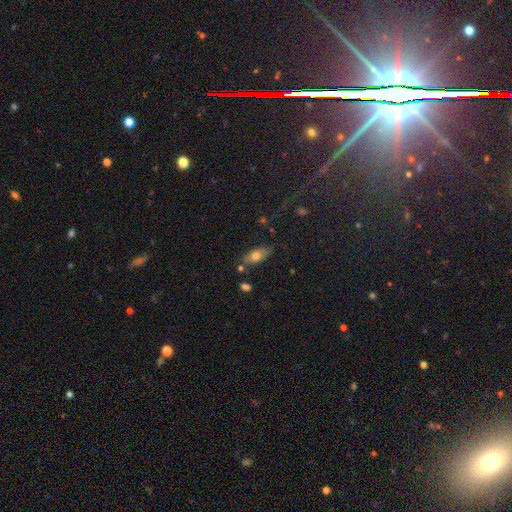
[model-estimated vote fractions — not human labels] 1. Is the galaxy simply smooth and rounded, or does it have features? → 66% smooth, 26% featured or disk, 8% star or artifact.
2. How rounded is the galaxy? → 83% in between, 13% cigar-shaped, 4% round.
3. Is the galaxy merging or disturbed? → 69% none, 21% minor disturbance, 5% merger, 5% major disturbance.